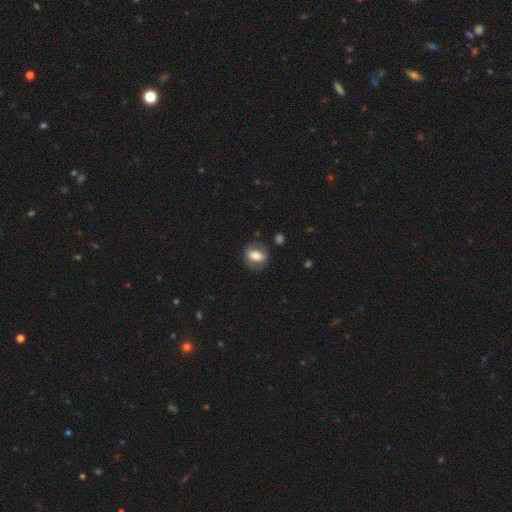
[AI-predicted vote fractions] Q: Smooth or featured?
A: smooth (63%); runner-up: featured or disk (29%)
Q: How rounded?
A: in between (64%); runner-up: round (33%)
Q: Merging?
A: none (74%); runner-up: minor disturbance (16%)